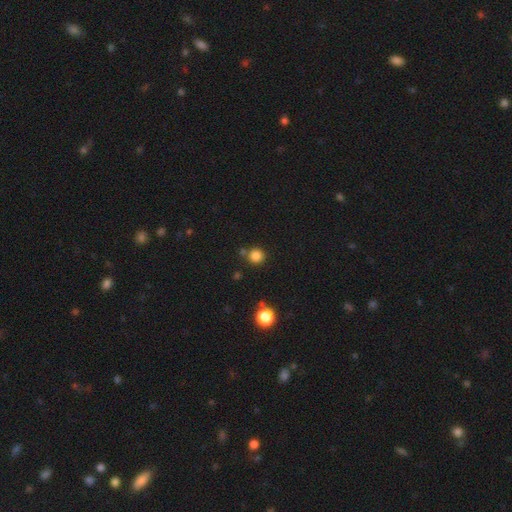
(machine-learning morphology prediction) The model was most divided on "merging": none: 79%, merger: 10%, minor disturbance: 8%, major disturbance: 3%. More confident: how rounded — round (94%); smooth or featured — smooth (83%).